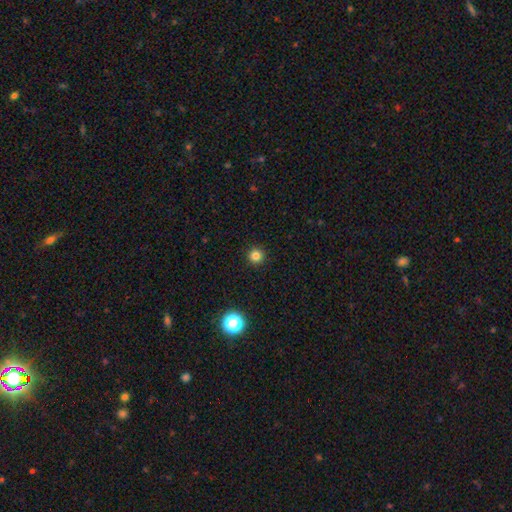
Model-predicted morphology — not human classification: Smooth or featured: smooth — 82% (star or artifact — 14%)
How rounded: round — 96% (in between — 3%)
Merging: none — 93% (minor disturbance — 4%)